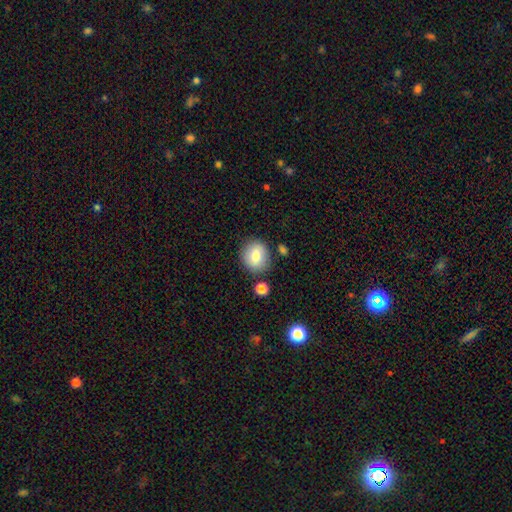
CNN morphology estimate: smooth 78%, featured or disk 13%, star or artifact 8%. Down the decision tree: how rounded — round (74%); merging — none (80%).